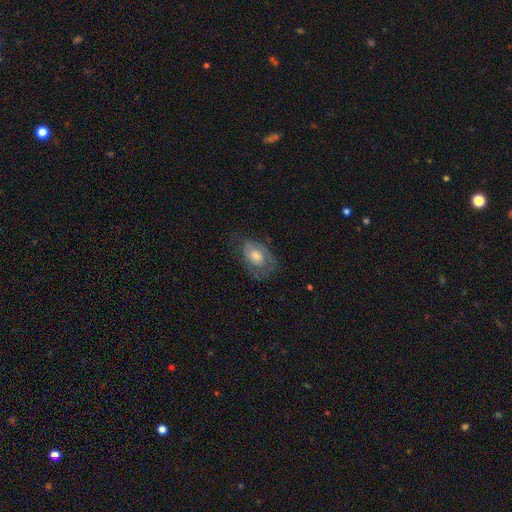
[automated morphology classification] type=featured or disk (49%); merging=none (57%).